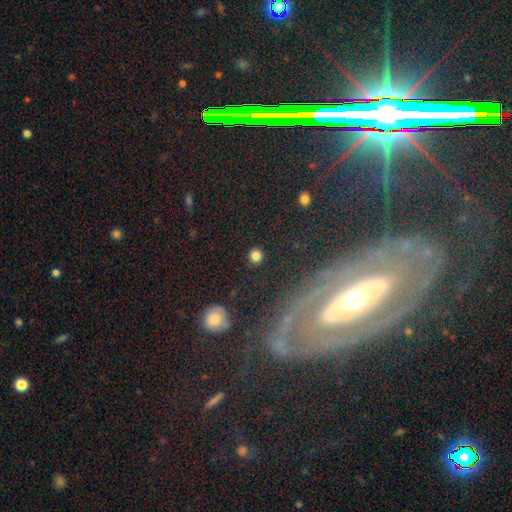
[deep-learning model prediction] smooth-or-featured: smooth: 82% | star or artifact: 13% | featured or disk: 5%
  how-rounded: round: 91% | in between: 8% | cigar-shaped: 1%
  merging: none: 89% | minor disturbance: 6% | major disturbance: 3% | merger: 2%